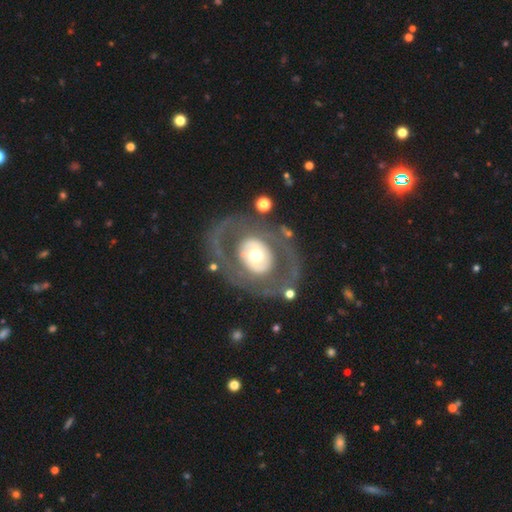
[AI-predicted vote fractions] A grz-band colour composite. It shows a featured or disk galaxy (69%) with no bar (79%), no spiral arms (68%) and a moderate central bulge (60%). Merging: none (72%).